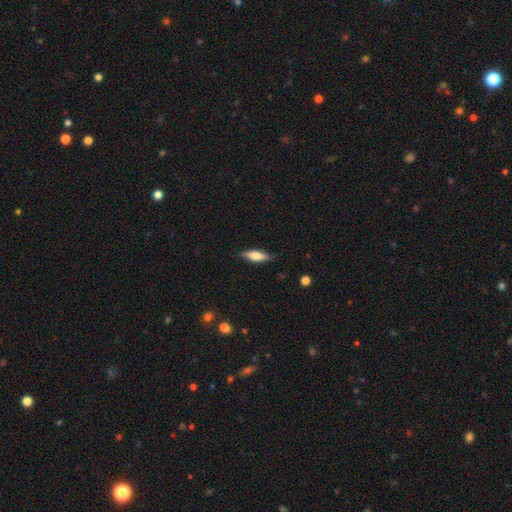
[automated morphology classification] Smooth or featured?
  - smooth: 60% *
  - featured or disk: 34%
  - star or artifact: 6%
How rounded?
  - in between: 50% *
  - cigar-shaped: 48%
  - round: 2%
Merging?
  - none: 83% *
  - minor disturbance: 13%
  - major disturbance: 2%
  - merger: 1%